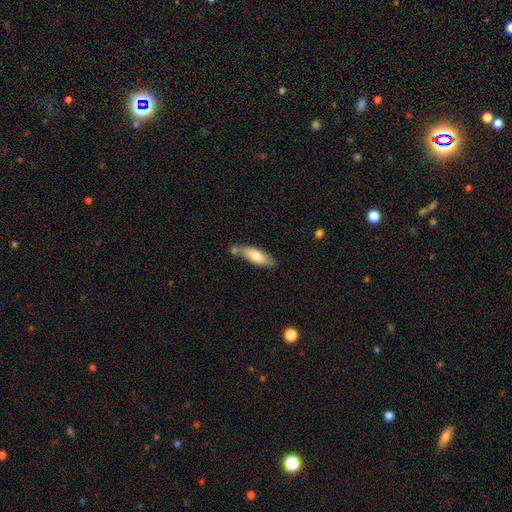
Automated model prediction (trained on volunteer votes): smooth_or_featured: smooth (p=0.73) [alt: featured or disk p=0.21]
how_rounded: in between (p=0.55) [alt: cigar-shaped p=0.43]
merging: none (p=0.61) [alt: minor disturbance p=0.19]